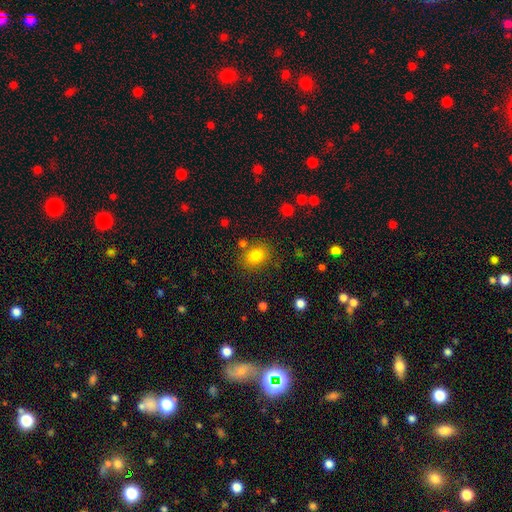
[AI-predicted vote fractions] Smooth or featured? Predicted: smooth (p=0.81). How rounded? Predicted: in between (p=0.56). Merging? Predicted: none (p=0.79).